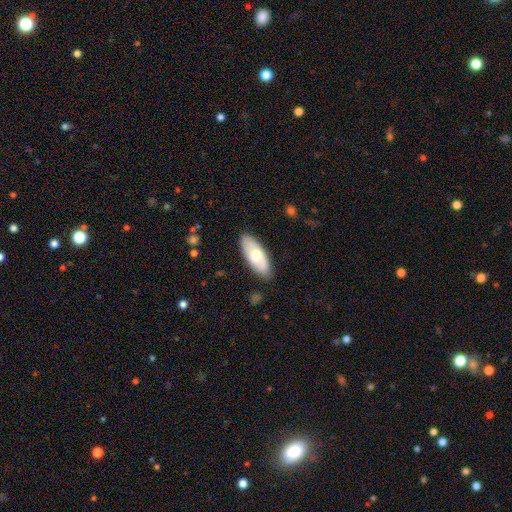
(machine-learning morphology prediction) The model was most divided on "smooth or featured": smooth: 63%, featured or disk: 32%, star or artifact: 5%. More confident: merging — none (86%); how rounded — in between (83%).